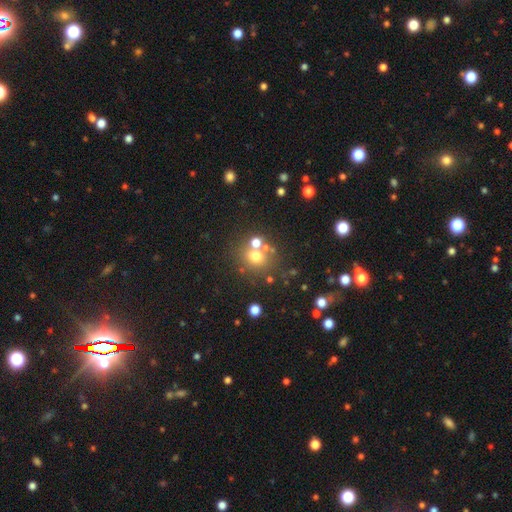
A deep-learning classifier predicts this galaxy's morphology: Smooth or featured? Predicted: smooth (p=0.66). How rounded? Predicted: round (p=0.81). Merging? Predicted: none (p=0.62).